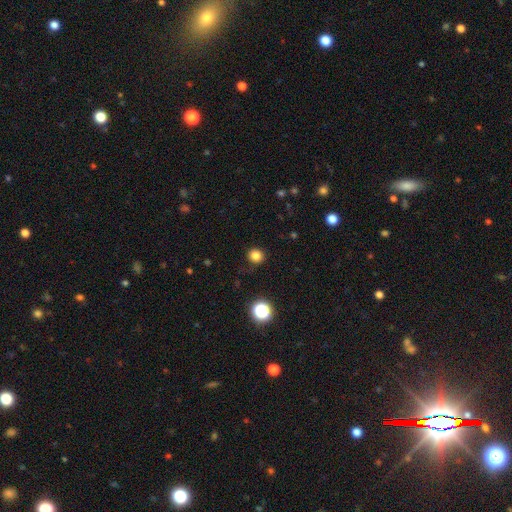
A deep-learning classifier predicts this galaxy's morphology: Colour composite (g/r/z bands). It shows a smooth galaxy with no disk features (82%) that is round (89%). Merging: none (87%).